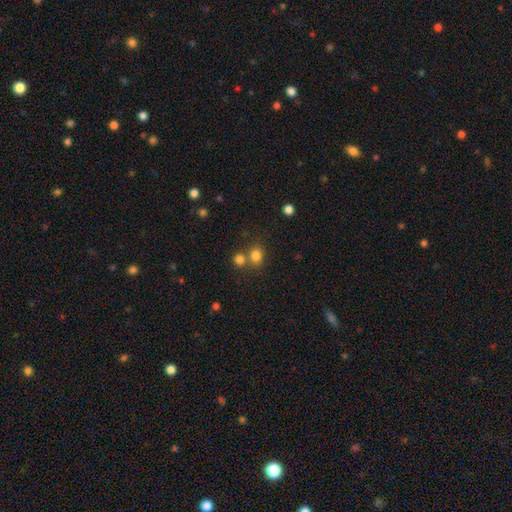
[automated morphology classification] type=smooth (80%); roundness=round (70%); merging=none (59%).